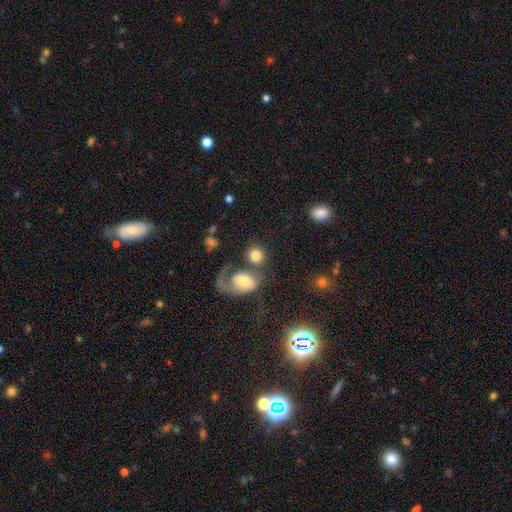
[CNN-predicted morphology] smooth-or-featured: smooth: 74% | featured or disk: 17% | star or artifact: 9%
  how-rounded: round: 77% | in between: 22% | cigar-shaped: 1%
  merging: none: 47% | merger: 33% | major disturbance: 11% | minor disturbance: 9%